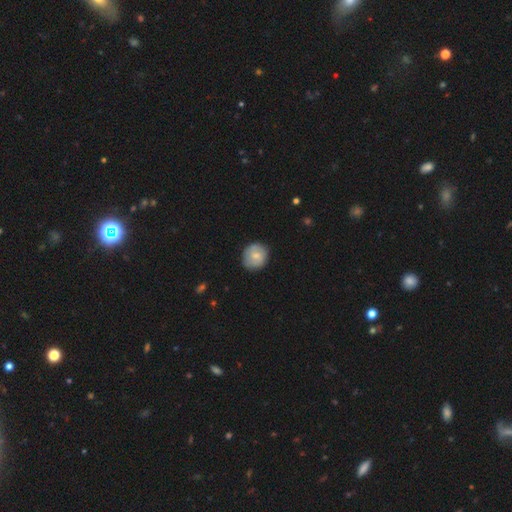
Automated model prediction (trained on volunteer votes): This is likely a smooth galaxy (65%). How rounded: clearly round (85%). Merging: clearly none (81%).